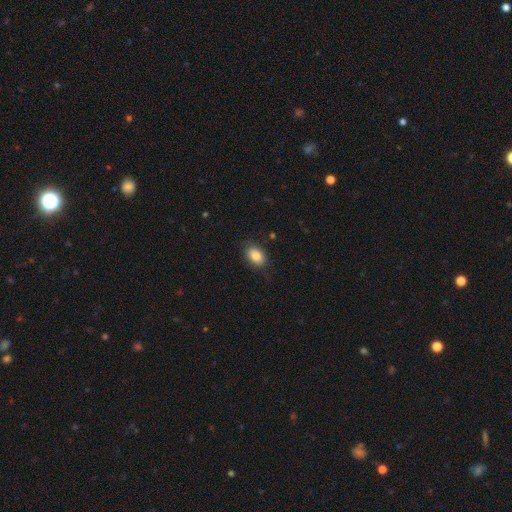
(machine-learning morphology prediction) Overall: smooth (87%). How rounded: in between (85%). Merging: none (81%).